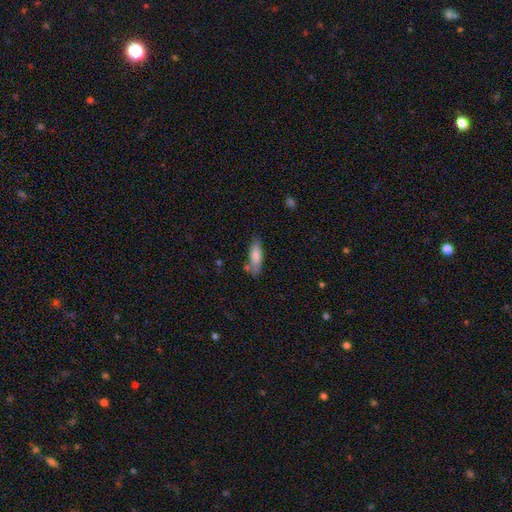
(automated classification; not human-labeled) Smooth or featured?
  - smooth: 76% *
  - featured or disk: 17%
  - star or artifact: 6%
How rounded?
  - in between: 57% *
  - cigar-shaped: 41%
  - round: 2%
Merging?
  - none: 69% *
  - minor disturbance: 19%
  - merger: 8%
  - major disturbance: 4%